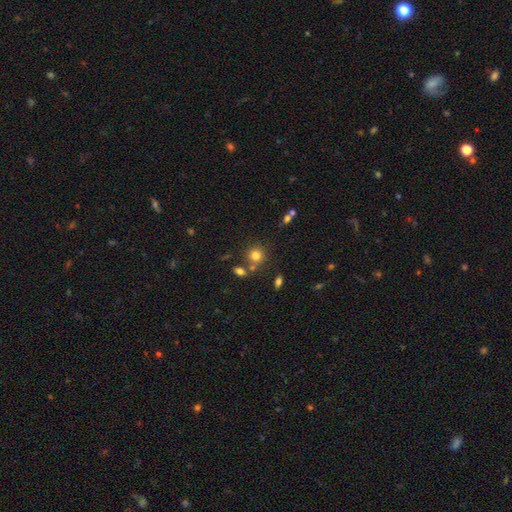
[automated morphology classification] smooth_or_featured: smooth (p=0.77) [alt: star or artifact p=0.14]
how_rounded: round (p=0.88) [alt: in between p=0.11]
merging: none (p=0.71) [alt: merger p=0.15]